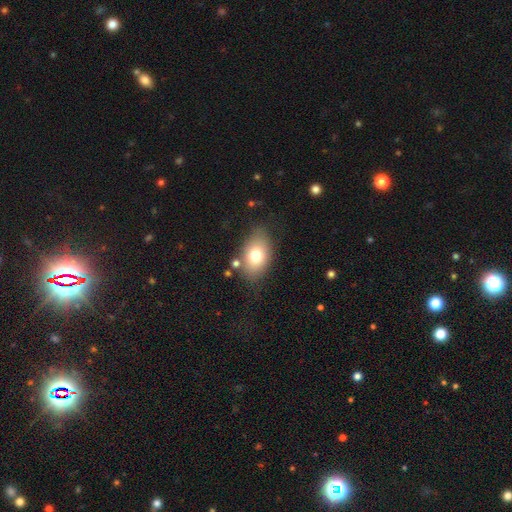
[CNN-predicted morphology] The model was most divided on "smooth or featured": smooth: 74%, featured or disk: 17%, star or artifact: 9%. More confident: how rounded — in between (85%); merging — none (75%).